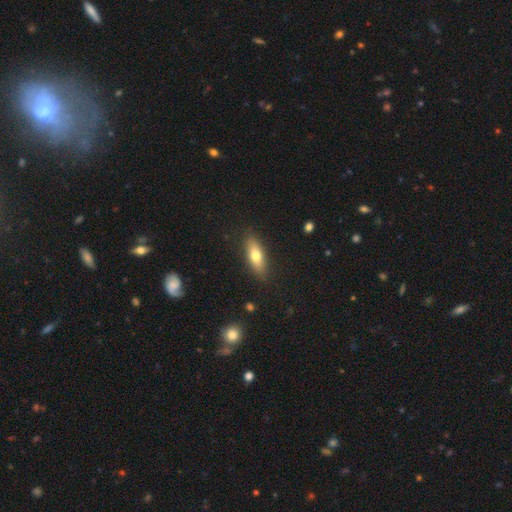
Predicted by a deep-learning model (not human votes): smooth_or_featured: smooth (p=0.68) [alt: featured or disk p=0.26]
how_rounded: in between (p=0.61) [alt: cigar-shaped p=0.35]
merging: none (p=0.86) [alt: minor disturbance p=0.10]